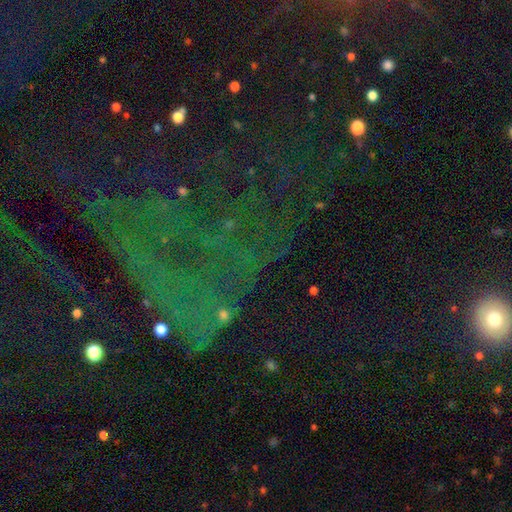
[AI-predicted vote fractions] The model was most divided on "smooth or featured": star or artifact: 68%, featured or disk: 18%, smooth: 14%.